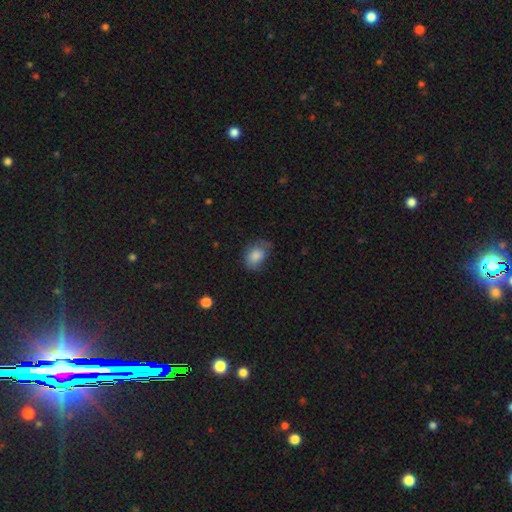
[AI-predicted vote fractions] Morphology: type=smooth (82%); roundness=in between (74%); merging=none (53%).